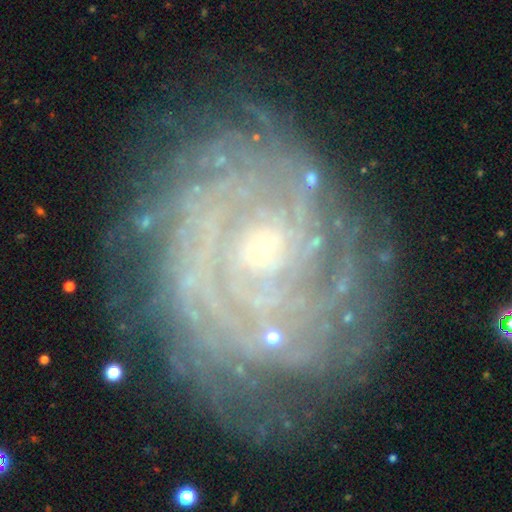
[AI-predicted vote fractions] Overall: featured or disk (84%). Edge-on disk: no (97%). Bar: no (77%). Spiral arms: yes (92%). Spiral arm count: can't tell (42%; 2 15%). Spiral winding: tight (80%). Bulge size: small (65%; moderate 26%). Merging: none (73%).